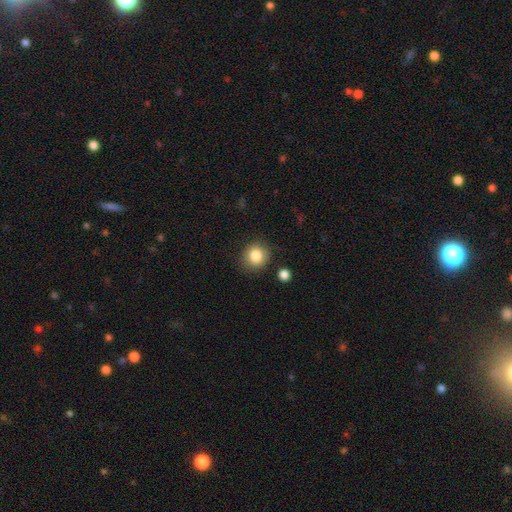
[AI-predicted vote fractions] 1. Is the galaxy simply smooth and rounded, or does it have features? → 84% smooth, 10% star or artifact, 6% featured or disk.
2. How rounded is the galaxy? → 86% round, 13% in between, 1% cigar-shaped.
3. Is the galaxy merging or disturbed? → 85% none, 9% minor disturbance, 3% major disturbance, 3% merger.